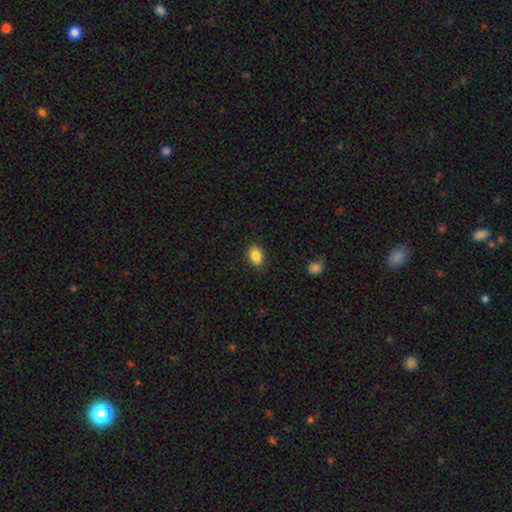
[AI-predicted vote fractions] Q: Smooth or featured?
A: smooth (86%); runner-up: star or artifact (9%)
Q: How rounded?
A: in between (74%); runner-up: round (24%)
Q: Merging?
A: none (88%); runner-up: minor disturbance (8%)